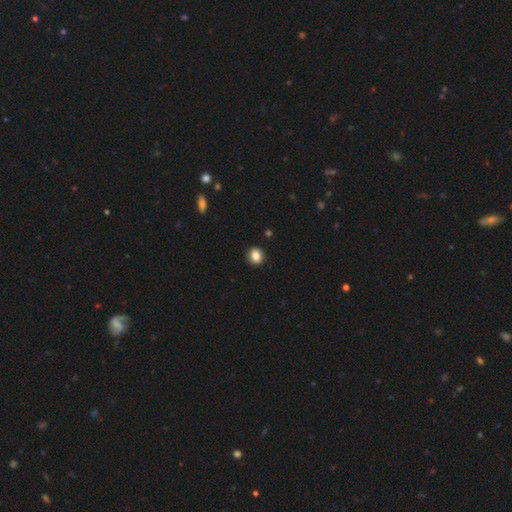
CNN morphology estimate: The model was most divided on "how rounded": round: 63%, in between: 36%, cigar-shaped: 1%. More confident: merging — none (91%); smooth or featured — smooth (85%).